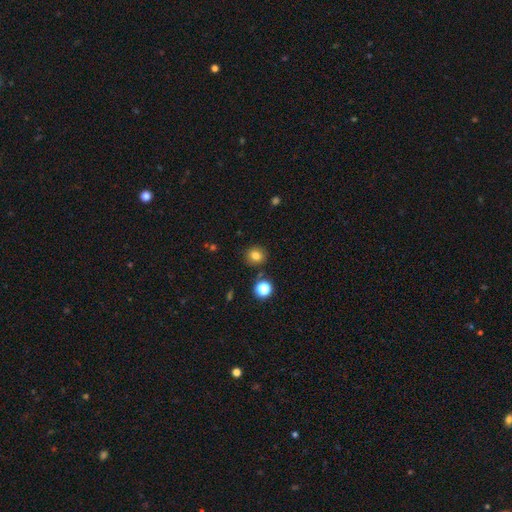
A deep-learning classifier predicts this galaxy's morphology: smooth-or-featured: smooth: 80% | star or artifact: 14% | featured or disk: 7%
  how-rounded: round: 82% | in between: 17% | cigar-shaped: 1%
  merging: none: 86% | minor disturbance: 8% | merger: 3% | major disturbance: 2%